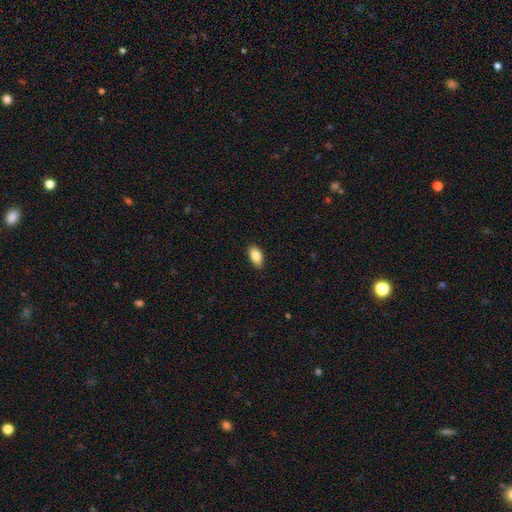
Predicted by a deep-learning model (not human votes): smooth 86%, star or artifact 7%, featured or disk 7%. Down the decision tree: how rounded — in between (91%); merging — none (85%).